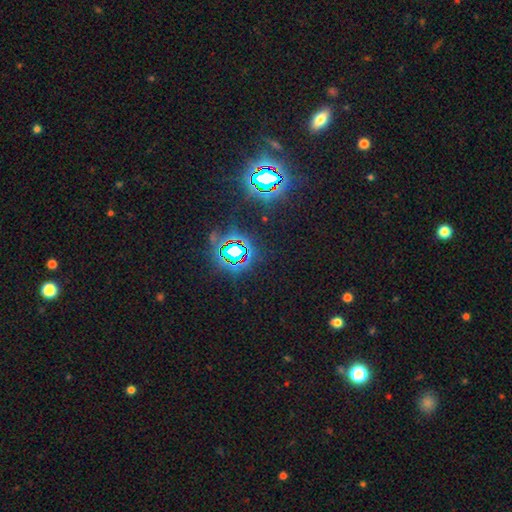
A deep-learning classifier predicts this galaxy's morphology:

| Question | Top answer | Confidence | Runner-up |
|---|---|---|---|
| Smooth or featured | star or artifact | 81% | smooth (12%) |